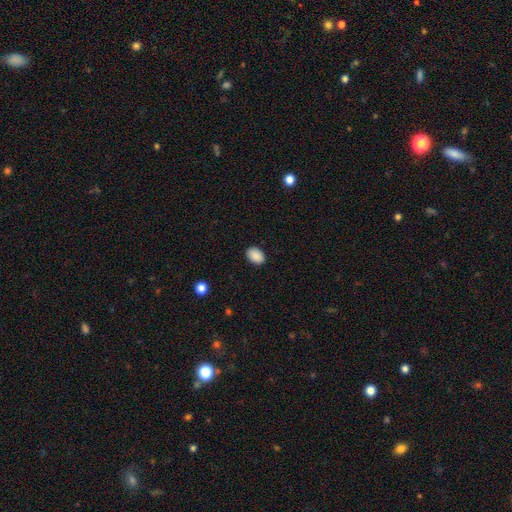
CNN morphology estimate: smooth_or_featured: smooth (p=0.89) [alt: star or artifact p=0.07]
how_rounded: in between (p=0.83) [alt: round p=0.16]
merging: none (p=0.89) [alt: minor disturbance p=0.08]